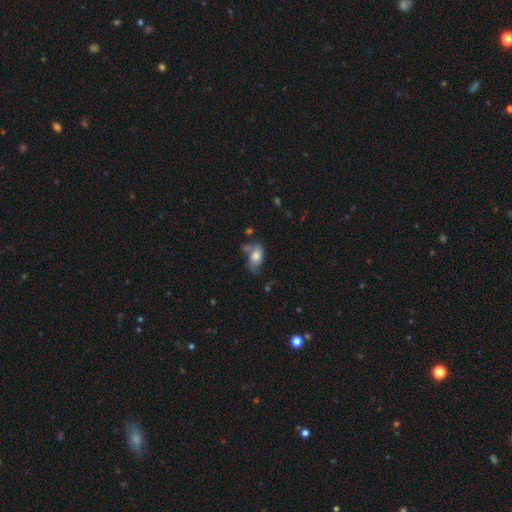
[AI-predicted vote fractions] A smooth galaxy with no disk features (68%) that is in between round and cigar-shaped (90%). Merging: none (36%).